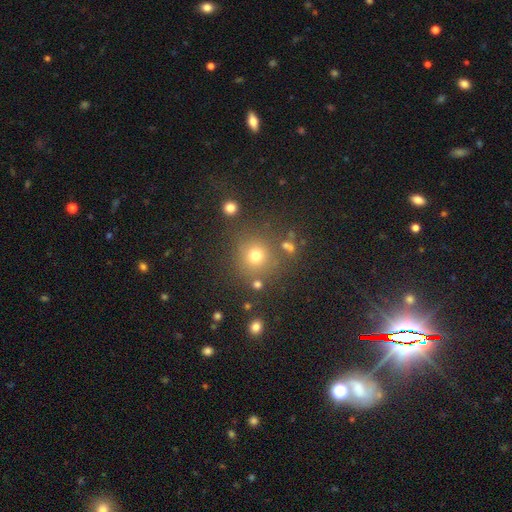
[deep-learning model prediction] Morphology: type=smooth (73%); roundness=round (92%); merging=none (80%).